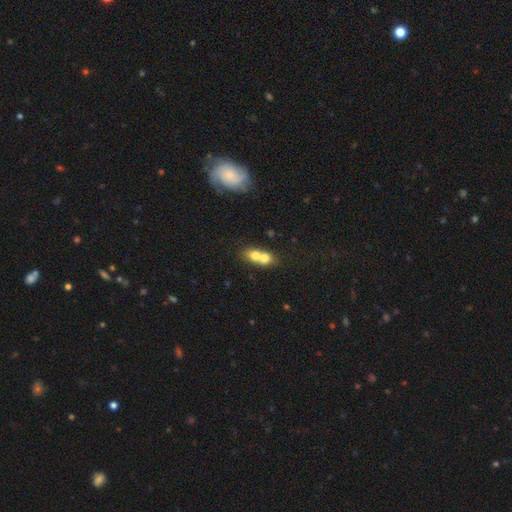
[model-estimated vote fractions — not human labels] Morphology: type=smooth (68%); roundness=round (49%); merging=merger (71%).